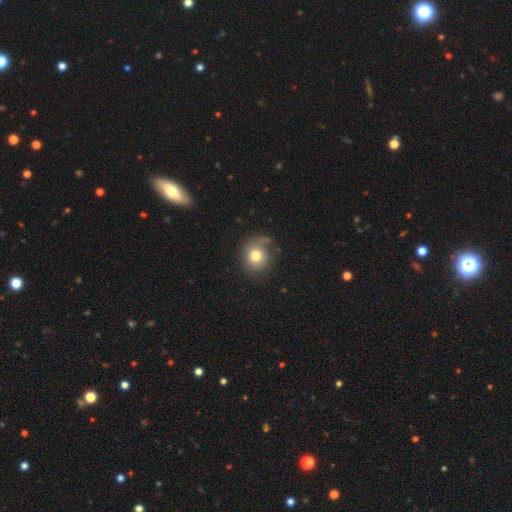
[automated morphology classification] A smooth galaxy with no disk features (74%) that is round (73%). Merging: none (63%).